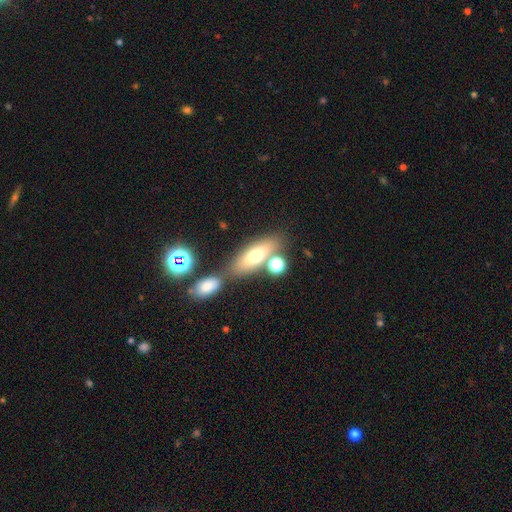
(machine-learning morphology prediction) Smooth or featured: smooth — 64% (featured or disk — 26%)
How rounded: in between — 67% (cigar-shaped — 27%)
Merging: none — 59% (merger — 23%)